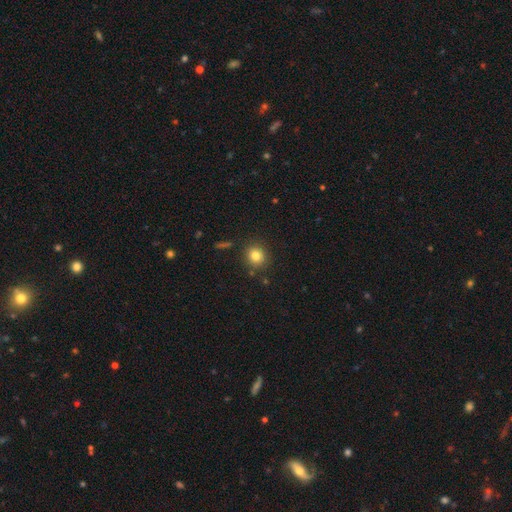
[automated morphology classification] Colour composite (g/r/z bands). It shows a smooth galaxy with no disk features (81%) that is round (88%). Merging: none (87%).